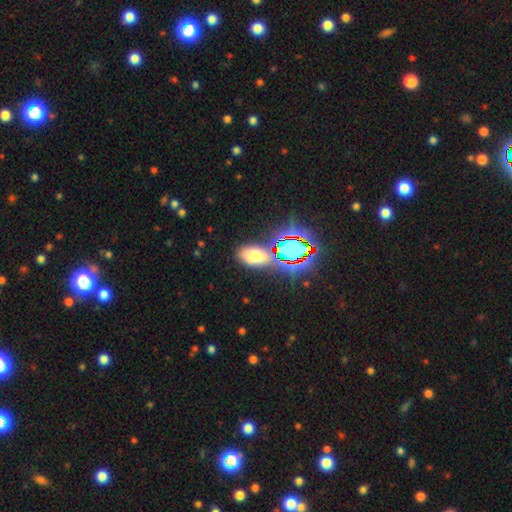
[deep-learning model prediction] smooth-or-featured: smooth: 60% | star or artifact: 28% | featured or disk: 13%
  how-rounded: in between: 86% | round: 11% | cigar-shaped: 3%
  merging: none: 68% | minor disturbance: 15% | merger: 11% | major disturbance: 6%